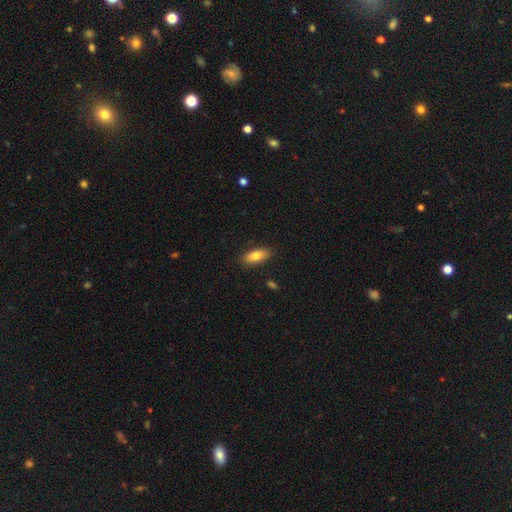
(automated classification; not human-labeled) A smooth galaxy with no disk features (80%) that is in between round and cigar-shaped (84%).

Vote fractions:
- Smooth or featured? smooth: 80% / featured or disk: 13% / star or artifact: 7%
- How rounded? in between: 84% / cigar-shaped: 13% / round: 3%
- Merging? none: 86% / minor disturbance: 10% / major disturbance: 2% / merger: 1%